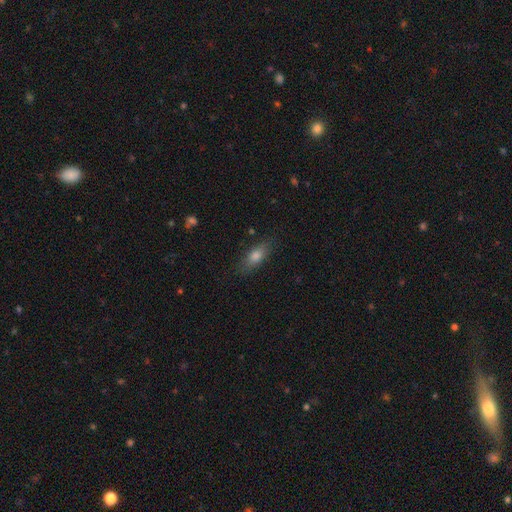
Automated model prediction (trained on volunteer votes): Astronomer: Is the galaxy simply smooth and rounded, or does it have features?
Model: smooth — 72%.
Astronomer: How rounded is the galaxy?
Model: in between — 65%.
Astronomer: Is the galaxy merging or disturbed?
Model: none — 82%.